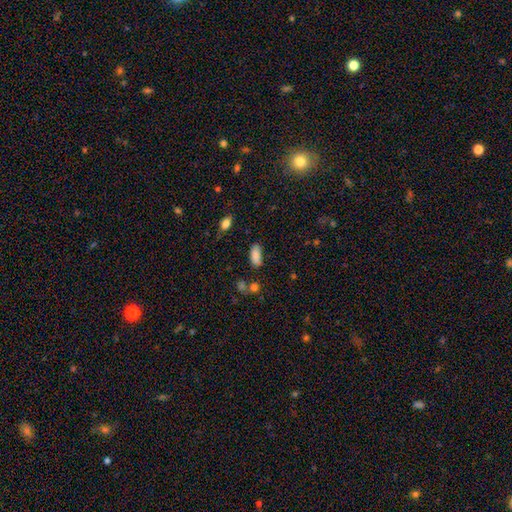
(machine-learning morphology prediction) The model was most divided on "merging": none: 72%, minor disturbance: 19%, merger: 5%, major disturbance: 4%. More confident: smooth or featured — smooth (86%); how rounded — in between (85%).